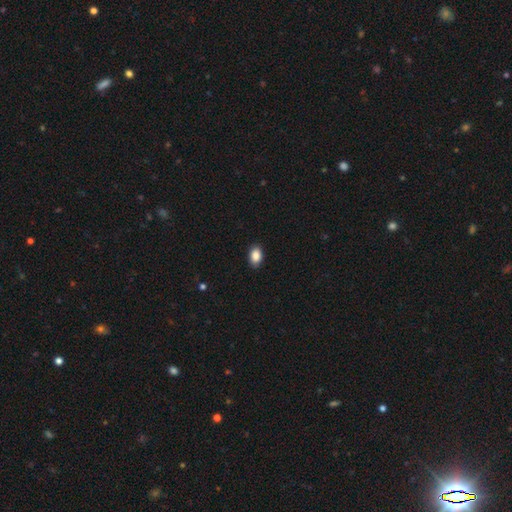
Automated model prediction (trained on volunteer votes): Morphology: type=smooth (88%); roundness=in between (86%); merging=none (87%).